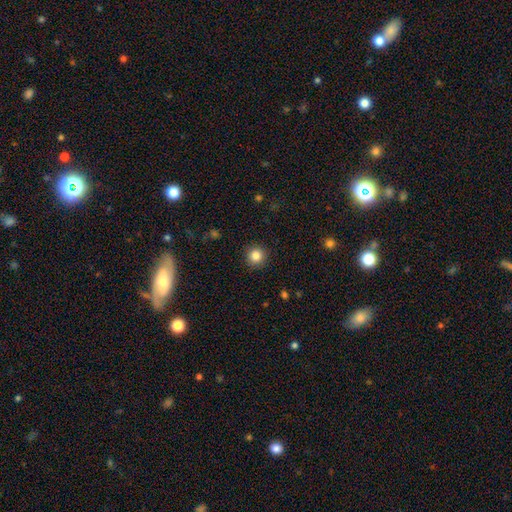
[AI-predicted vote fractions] A smooth galaxy with no disk features (84%) that is round (95%). Merging: none (92%).